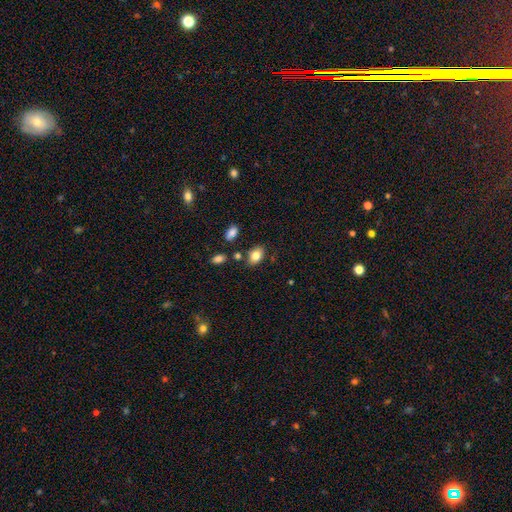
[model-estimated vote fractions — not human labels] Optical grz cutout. It shows a smooth galaxy with no disk features (81%) that is in between round and cigar-shaped (85%). Merging: none (78%).